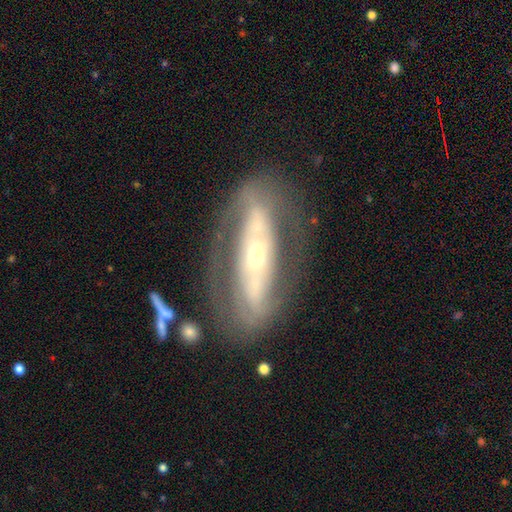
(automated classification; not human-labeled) Morphology: type=featured or disk (76%); edge-on=no (81%); bar=no (46%); spiral arms=no (52%); bulge=small (51%); merging=none (71%).